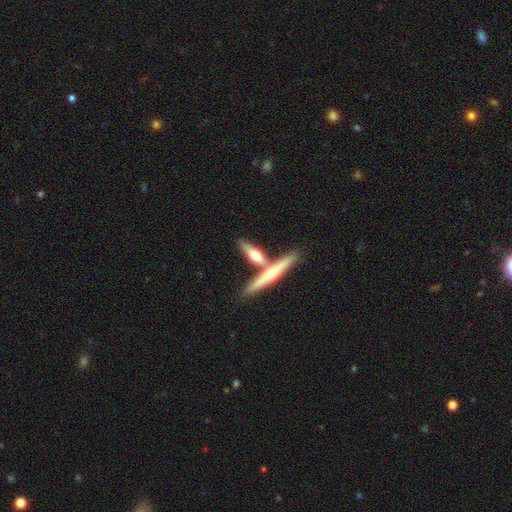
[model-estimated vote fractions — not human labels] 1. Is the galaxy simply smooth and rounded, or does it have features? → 53% featured or disk, 42% smooth, 6% star or artifact.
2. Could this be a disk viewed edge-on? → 92% yes, 8% no.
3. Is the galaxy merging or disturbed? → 54% none, 35% merger, 9% minor disturbance, 3% major disturbance.